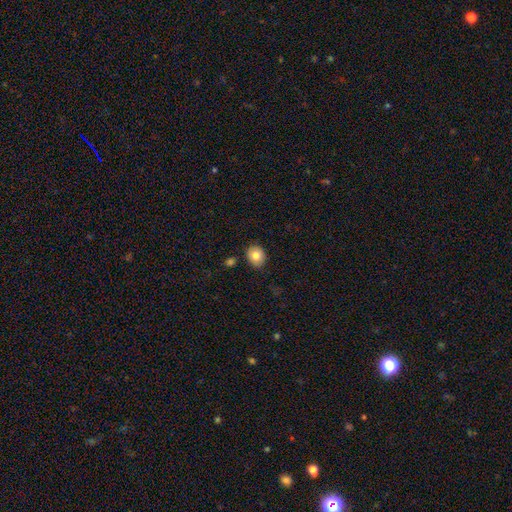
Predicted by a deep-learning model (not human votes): Overall: smooth (80%). How rounded: round (65%; in between 34%). Merging: none (85%).